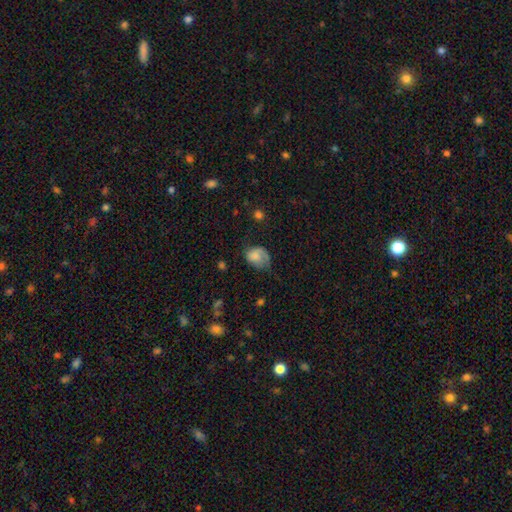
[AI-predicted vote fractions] This appears to be a smooth galaxy with no disk features (62%) that is in between round and cigar-shaped (62%). Merging: none (36%).